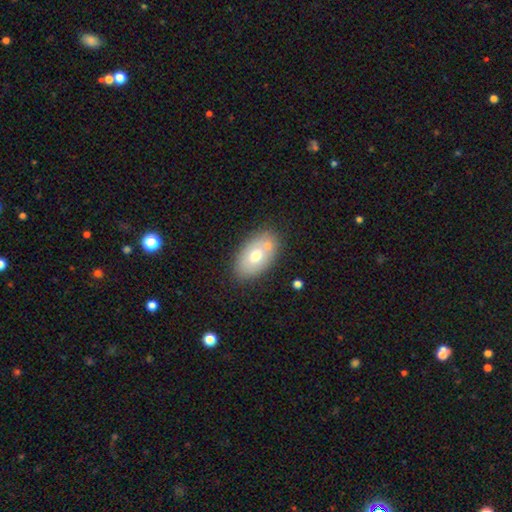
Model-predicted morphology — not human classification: A smooth galaxy with no disk features (63%) that is in between round and cigar-shaped (91%). Merging: none (67%).